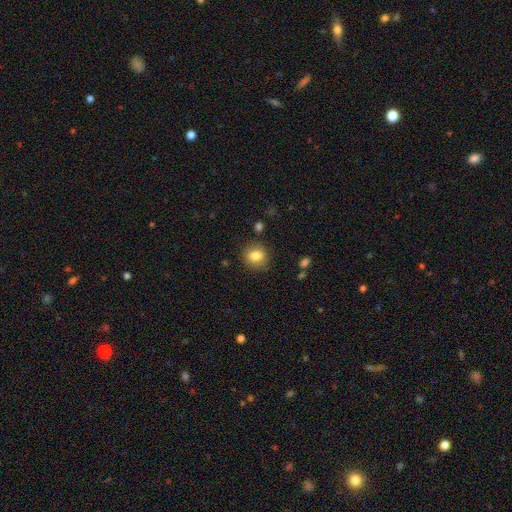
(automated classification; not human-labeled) Smooth or featured: smooth — 81% (star or artifact — 10%)
How rounded: round — 77% (in between — 22%)
Merging: none — 84% (minor disturbance — 11%)